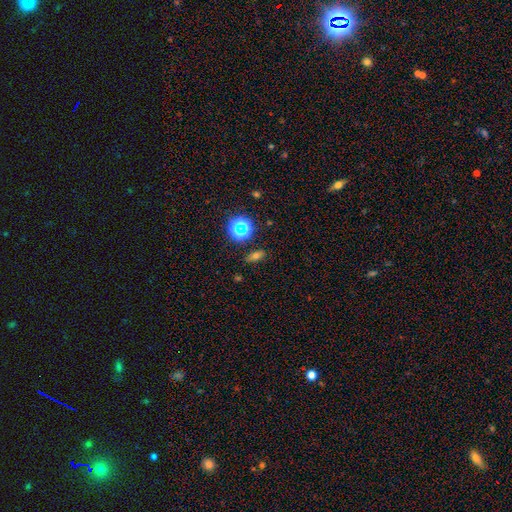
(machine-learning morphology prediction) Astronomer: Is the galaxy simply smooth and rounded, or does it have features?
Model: smooth — 56%.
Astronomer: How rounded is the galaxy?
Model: in between — 64%.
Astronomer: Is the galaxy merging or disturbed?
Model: none — 83%.